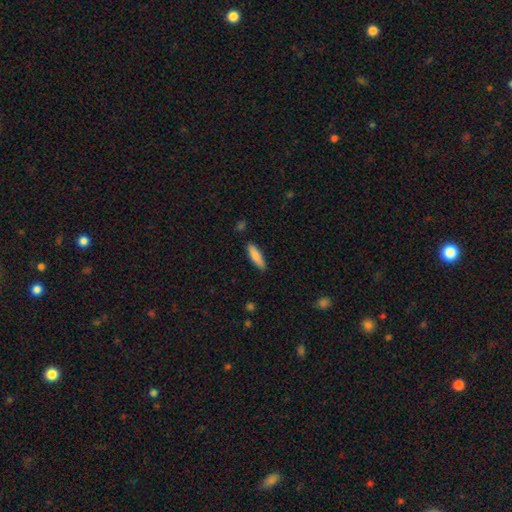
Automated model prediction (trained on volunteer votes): This appears to be a smooth galaxy with no disk features (81%) that is cigar-shaped (60%). Merging: none (86%).